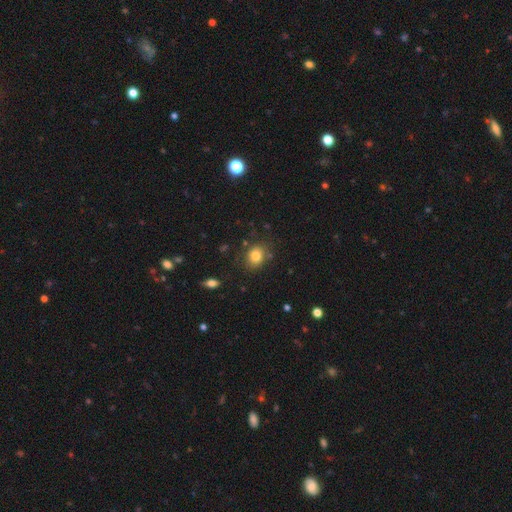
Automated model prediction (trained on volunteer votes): This appears to be a smooth galaxy with no disk features (81%) that is round (57%). Merging: none (80%).